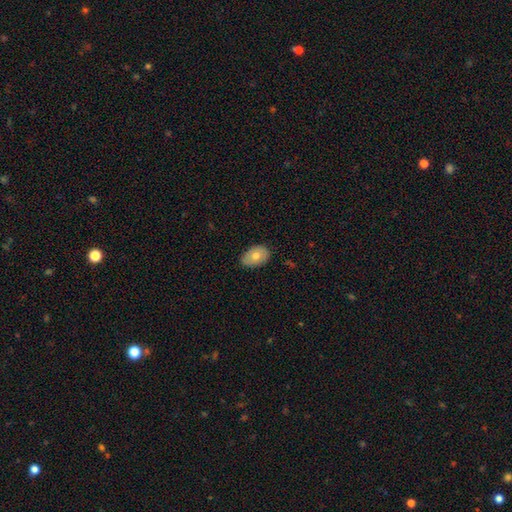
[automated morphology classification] A smooth galaxy with no disk features (70%) that is in between round and cigar-shaped (84%).

Vote fractions:
- Smooth or featured? smooth: 70% / featured or disk: 23% / star or artifact: 7%
- How rounded? in between: 84% / round: 15% / cigar-shaped: 1%
- Merging? none: 80% / minor disturbance: 16% / major disturbance: 2% / merger: 1%